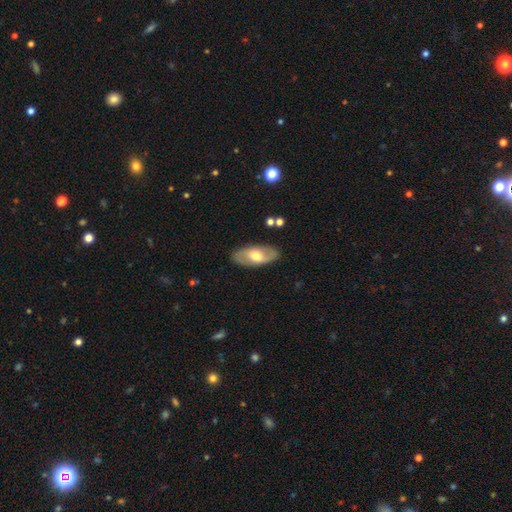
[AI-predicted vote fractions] Q: Smooth or featured?
A: featured or disk (54%); runner-up: smooth (41%)
Q: Edge-on disk?
A: no (86%); runner-up: yes (14%)
Q: Merging?
A: none (86%); runner-up: minor disturbance (10%)